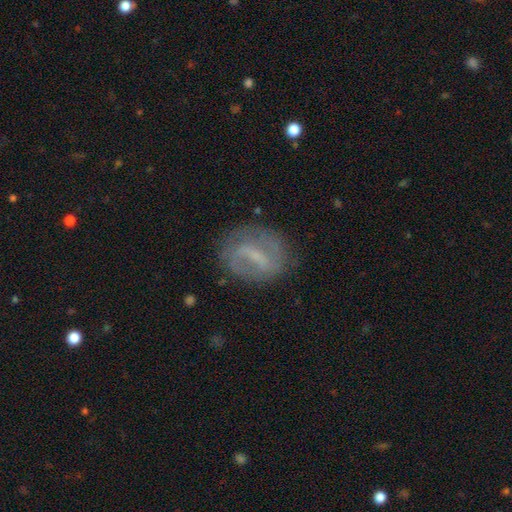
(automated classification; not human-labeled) This appears to be a featured or disk galaxy (74%) with a strong bar (50%), 2 (75%) medium (41%) spiral arms (79%) and a small central bulge (48%). Merging: none (75%).